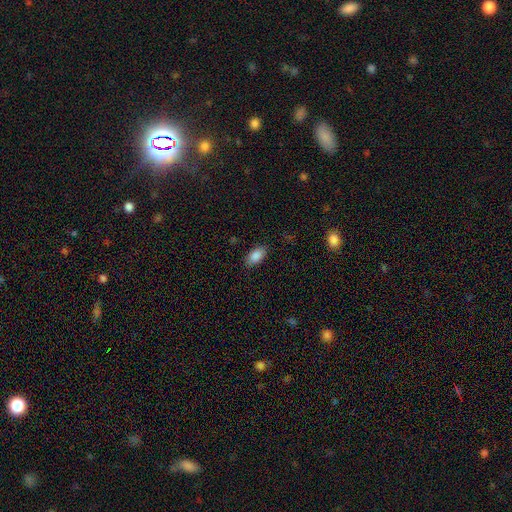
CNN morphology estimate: This is clearly a smooth galaxy (87%). How rounded: clearly in between (92%). Merging: clearly none (85%).